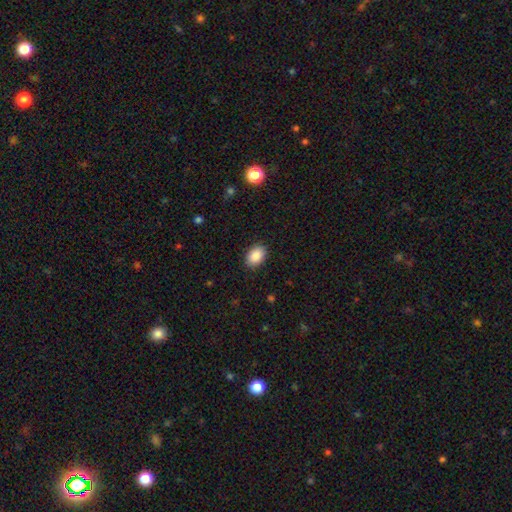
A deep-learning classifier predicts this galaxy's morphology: type=smooth (89%); roundness=in between (84%); merging=none (88%).